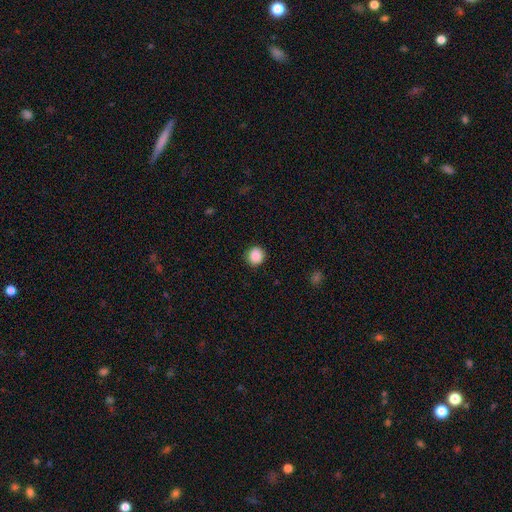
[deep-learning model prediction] smooth_or_featured: smooth (p=0.88) [alt: star or artifact p=0.09]
how_rounded: round (p=0.90) [alt: in between p=0.09]
merging: none (p=0.89) [alt: minor disturbance p=0.08]